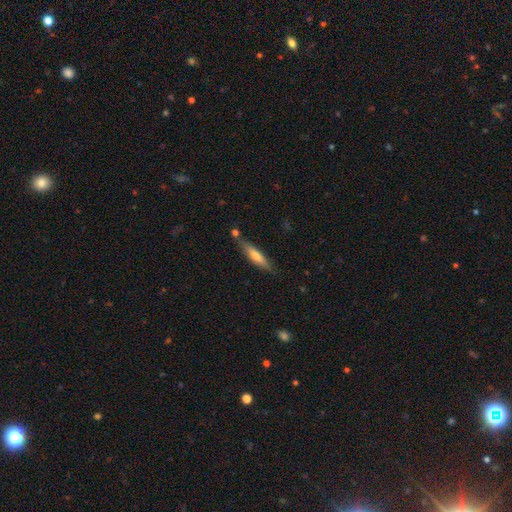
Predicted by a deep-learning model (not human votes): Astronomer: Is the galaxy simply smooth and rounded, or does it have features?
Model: smooth — 55% (runner-up: featured or disk, 39%).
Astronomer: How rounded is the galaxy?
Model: cigar-shaped — 82%.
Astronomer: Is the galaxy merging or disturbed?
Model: none — 75%.